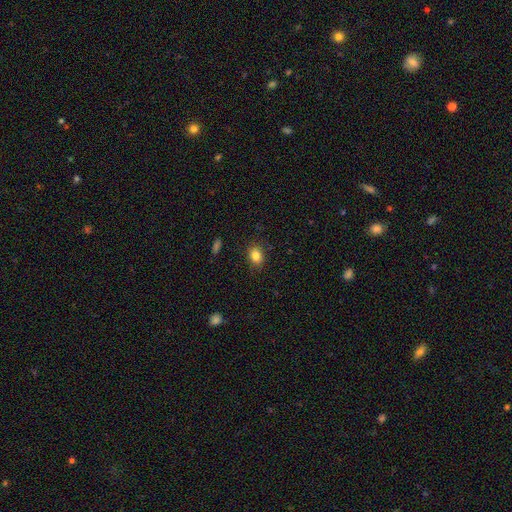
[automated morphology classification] smooth-or-featured: smooth: 84% | star or artifact: 10% | featured or disk: 6%
  how-rounded: in between: 59% | round: 39% | cigar-shaped: 1%
  merging: none: 86% | minor disturbance: 11% | major disturbance: 3% | merger: 1%